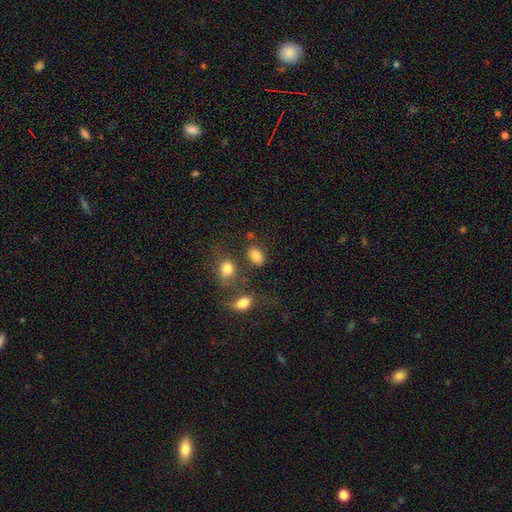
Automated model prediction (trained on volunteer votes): smooth_or_featured: smooth (p=0.82) [alt: star or artifact p=0.11]
how_rounded: in between (p=0.75) [alt: round p=0.23]
merging: none (p=0.66) [alt: merger p=0.14]